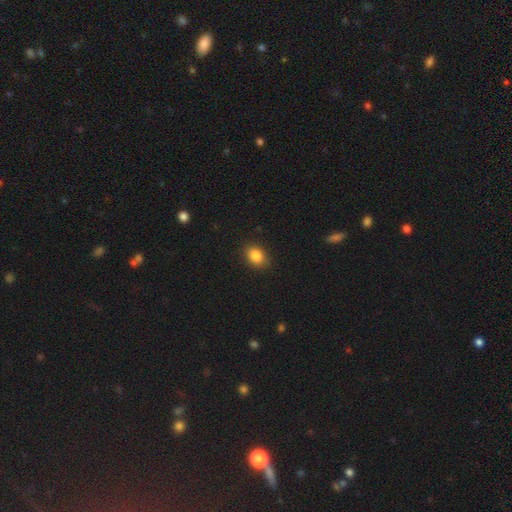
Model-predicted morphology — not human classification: A smooth galaxy with no disk features (85%) that is in between round and cigar-shaped (60%). Merging: none (87%).